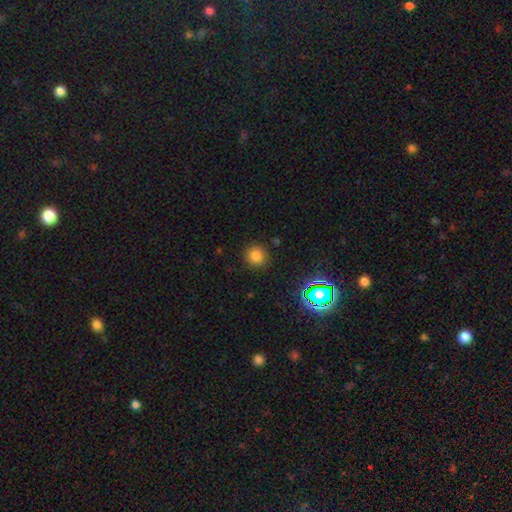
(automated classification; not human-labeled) Smooth or featured? smooth (79%)
How rounded? round (93%)
Merging? none (90%)